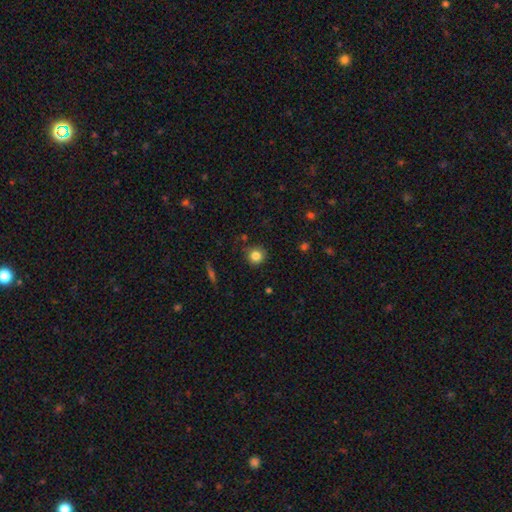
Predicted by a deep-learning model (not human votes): Smooth or featured: smooth — 82% (star or artifact — 11%)
How rounded: round — 93% (in between — 6%)
Merging: none — 86% (minor disturbance — 10%)